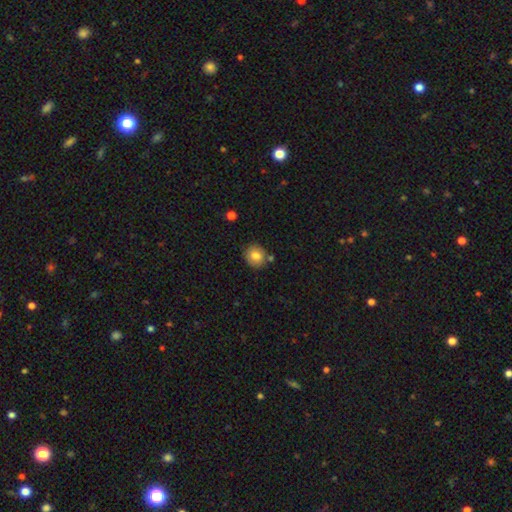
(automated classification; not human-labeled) smooth_or_featured: smooth (p=0.79) [alt: featured or disk p=0.11]
how_rounded: round (p=0.78) [alt: in between p=0.21]
merging: none (p=0.79) [alt: minor disturbance p=0.11]